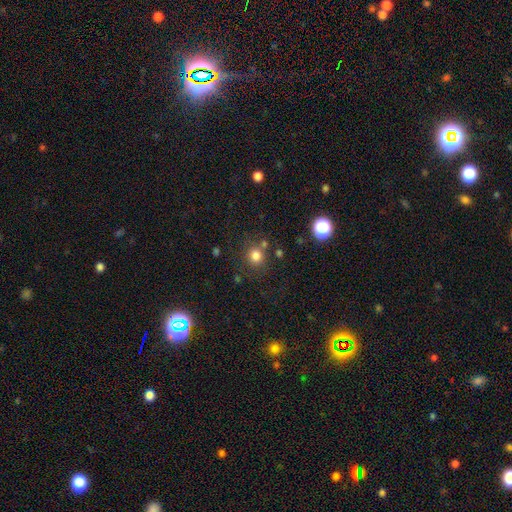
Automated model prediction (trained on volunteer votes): The model was most divided on "smooth or featured": smooth: 80%, star or artifact: 15%, featured or disk: 5%. More confident: how rounded — round (88%); merging — none (76%).